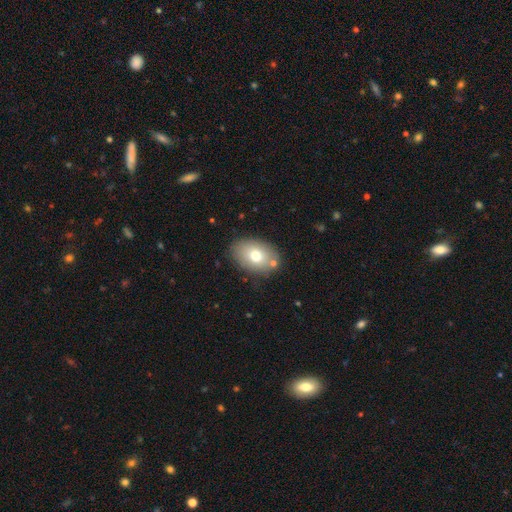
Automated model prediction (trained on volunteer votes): Smooth or featured: smooth — 72% (featured or disk — 19%)
How rounded: in between — 82% (round — 17%)
Merging: none — 80% (minor disturbance — 12%)